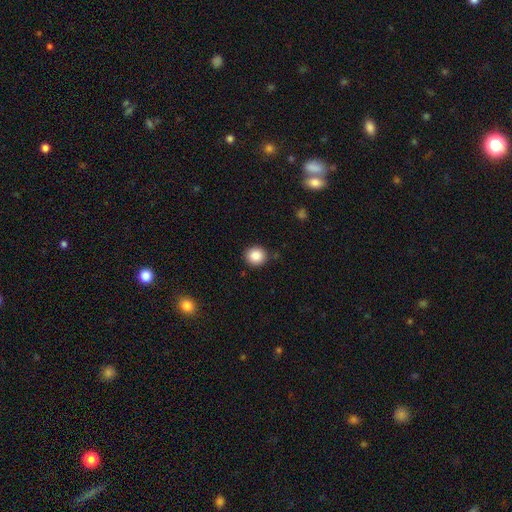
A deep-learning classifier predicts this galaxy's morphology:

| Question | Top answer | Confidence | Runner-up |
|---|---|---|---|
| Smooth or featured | smooth | 87% | star or artifact (9%) |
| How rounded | round | 89% | in between (10%) |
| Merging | none | 88% | minor disturbance (8%) |